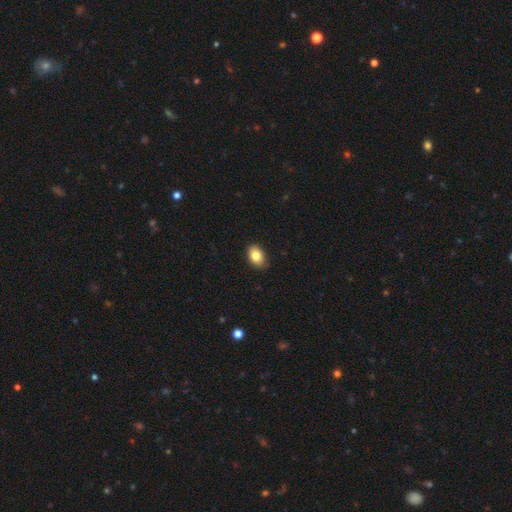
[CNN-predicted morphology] type=smooth (83%); roundness=in between (81%); merging=none (86%).